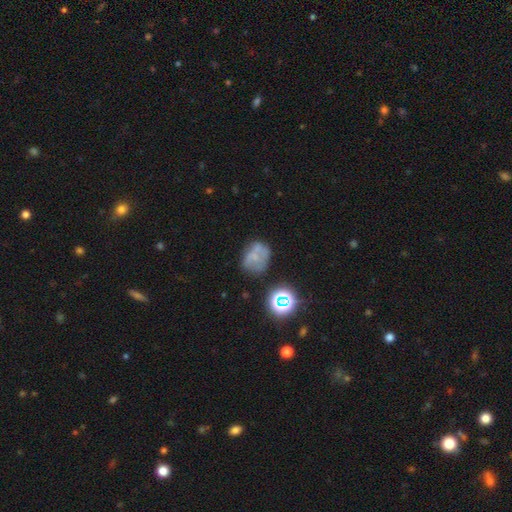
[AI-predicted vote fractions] Overall: smooth (47%; featured or disk 34%). Merging: none (51%; minor disturbance 26%).